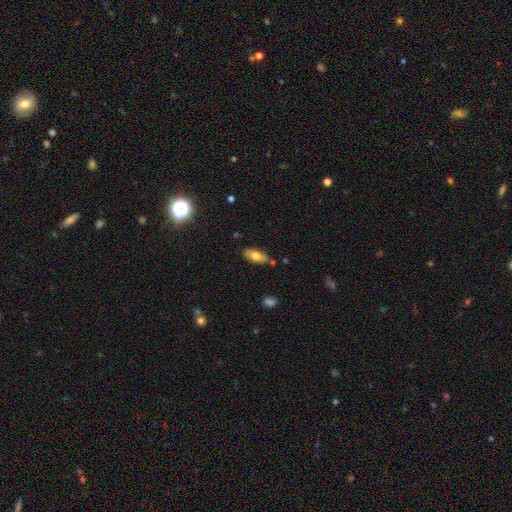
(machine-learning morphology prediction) Smooth or featured? Predicted: smooth (p=0.69). How rounded? Predicted: in between (p=0.82). Merging? Predicted: none (p=0.82).